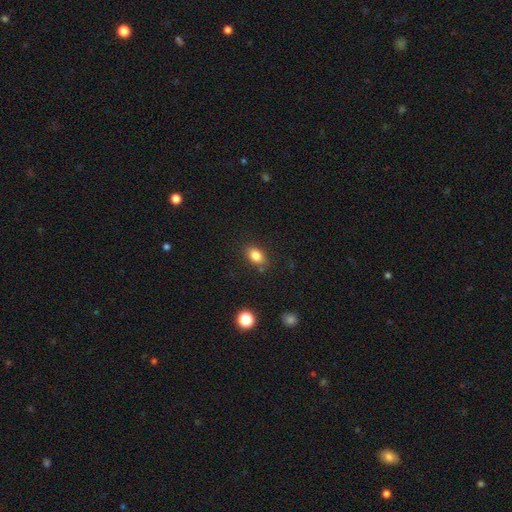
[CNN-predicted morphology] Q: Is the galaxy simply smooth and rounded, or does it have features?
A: smooth — 83%.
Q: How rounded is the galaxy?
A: in between — 82%.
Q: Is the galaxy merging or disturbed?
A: none — 82%.